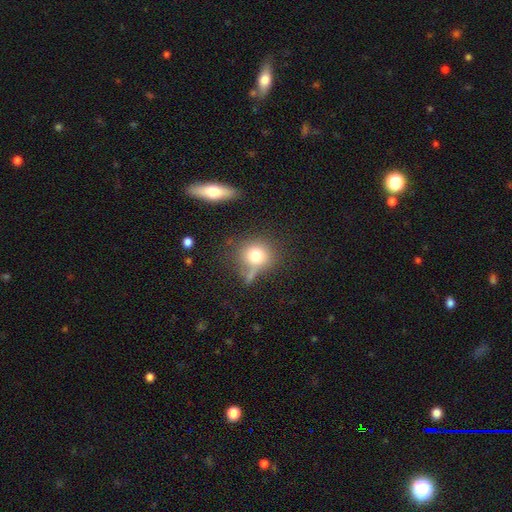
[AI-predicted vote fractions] Smooth or featured?
  - smooth: 76% *
  - featured or disk: 12%
  - star or artifact: 12%
How rounded?
  - round: 84% *
  - in between: 14%
  - cigar-shaped: 1%
Merging?
  - none: 60% *
  - minor disturbance: 17%
  - merger: 14%
  - major disturbance: 9%